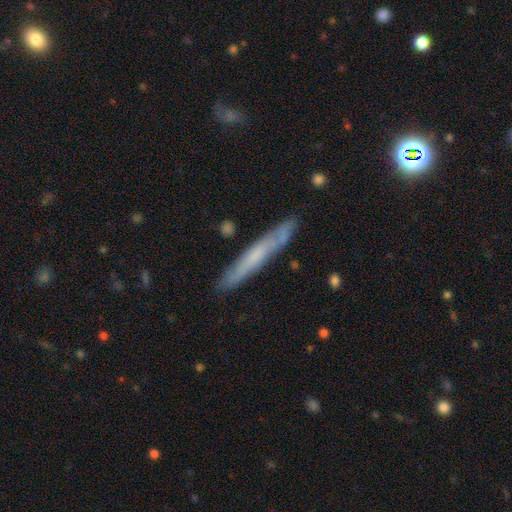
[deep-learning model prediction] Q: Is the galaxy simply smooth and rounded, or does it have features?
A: featured or disk — 47%.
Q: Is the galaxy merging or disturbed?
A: none — 84%.